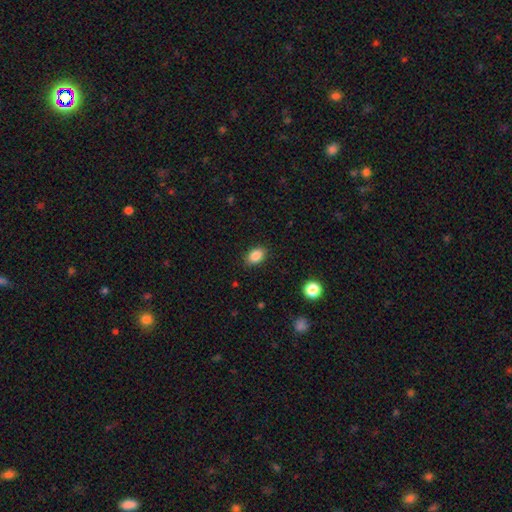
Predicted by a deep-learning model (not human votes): smooth 87%, star or artifact 9%, featured or disk 4%. Down the decision tree: how rounded — in between (80%); merging — none (87%).